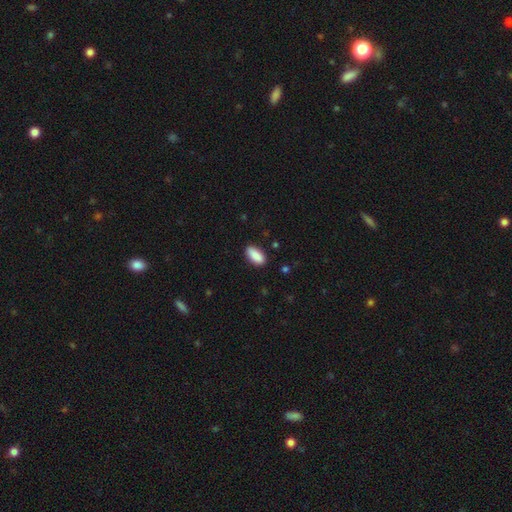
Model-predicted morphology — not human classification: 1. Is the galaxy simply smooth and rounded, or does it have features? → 89% smooth, 6% star or artifact, 5% featured or disk.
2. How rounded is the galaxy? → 88% in between, 9% cigar-shaped, 2% round.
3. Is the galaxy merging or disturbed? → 87% none, 10% minor disturbance, 2% major disturbance, 1% merger.